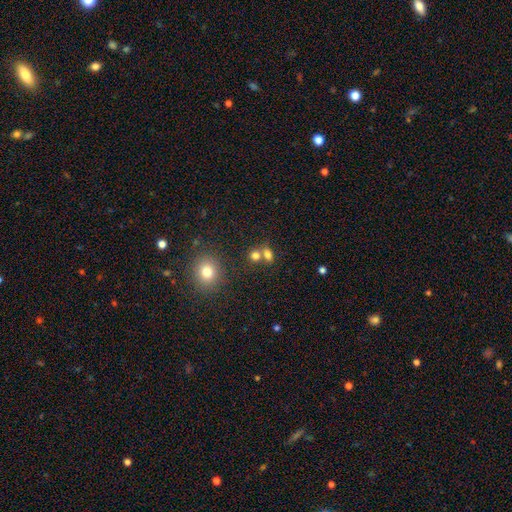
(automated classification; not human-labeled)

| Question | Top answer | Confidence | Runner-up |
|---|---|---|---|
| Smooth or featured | smooth | 78% | star or artifact (14%) |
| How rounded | round | 64% | in between (34%) |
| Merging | none | 49% | merger (39%) |